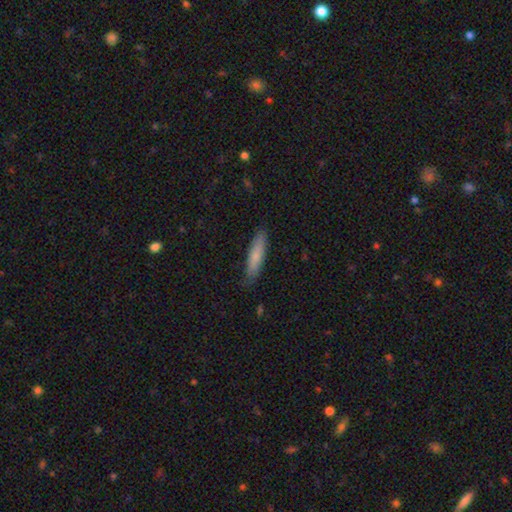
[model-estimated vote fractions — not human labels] smooth_or_featured: smooth (p=0.78) [alt: featured or disk p=0.17]
how_rounded: cigar-shaped (p=0.78) [alt: in between p=0.20]
merging: none (p=0.83) [alt: minor disturbance p=0.13]